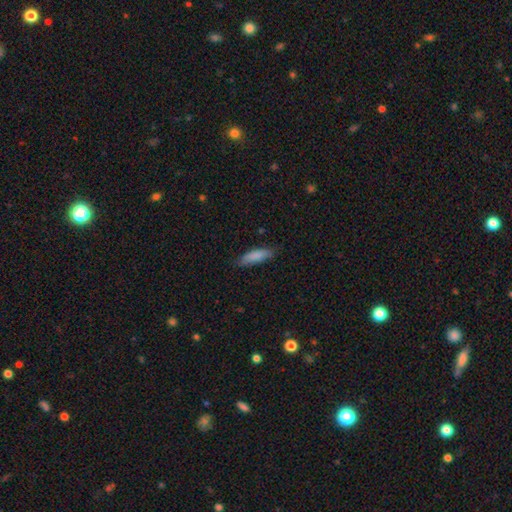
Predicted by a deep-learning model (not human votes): Overall: smooth (85%). How rounded: cigar-shaped (55%; in between 44%). Merging: none (80%).